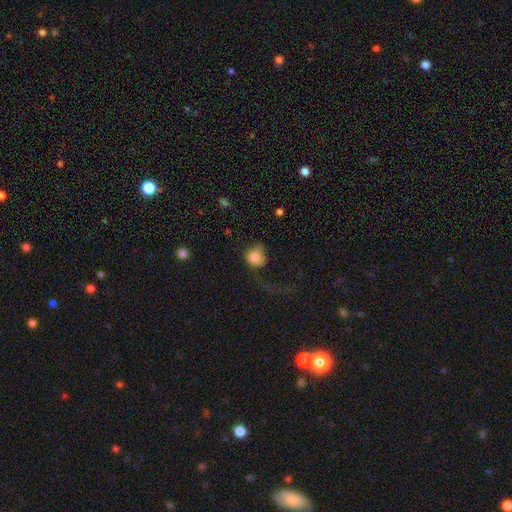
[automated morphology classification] Q: Smooth or featured?
A: smooth (79%); runner-up: featured or disk (12%)
Q: How rounded?
A: round (73%); runner-up: in between (26%)
Q: Merging?
A: major disturbance (49%); runner-up: none (26%)